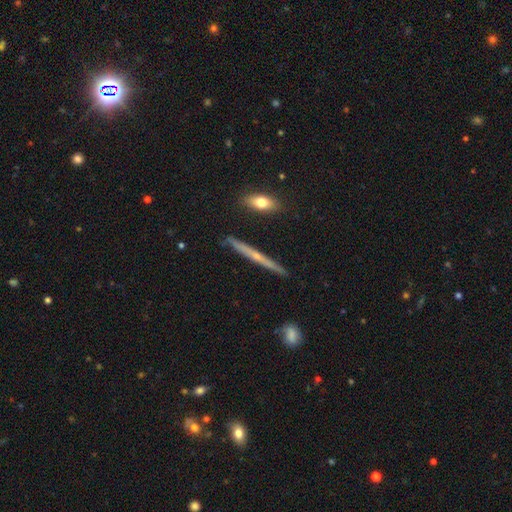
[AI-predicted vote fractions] This is likely a featured or disk galaxy (64%). It is clearly viewed edge-on (96%). Edge-on bulge: possibly rounded (51%). Merging: clearly none (88%).